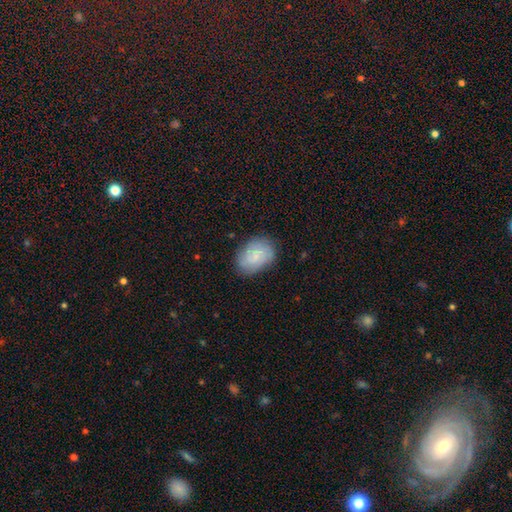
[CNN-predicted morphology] Overall: smooth (65%; featured or disk 27%). How rounded: in between (84%). Merging: none (79%).